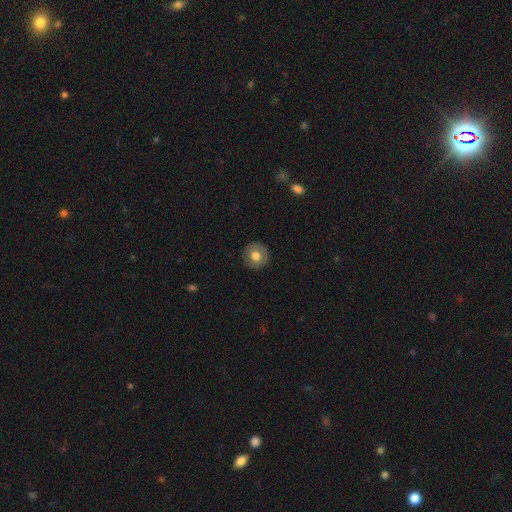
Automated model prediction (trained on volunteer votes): Smooth or featured? Predicted: smooth (p=0.68). How rounded? Predicted: round (p=0.94). Merging? Predicted: none (p=0.90).